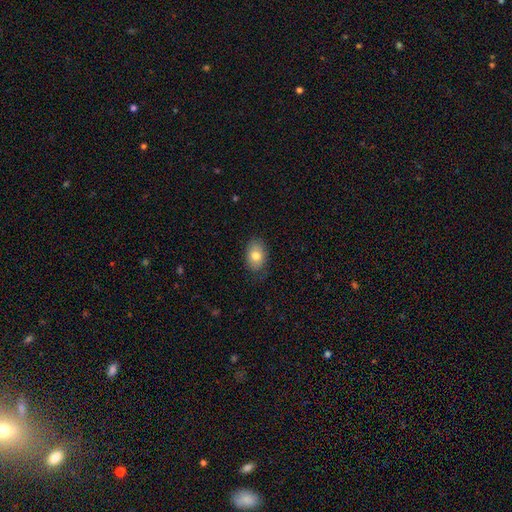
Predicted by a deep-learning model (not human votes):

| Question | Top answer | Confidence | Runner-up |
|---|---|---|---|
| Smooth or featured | smooth | 78% | featured or disk (14%) |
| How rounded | in between | 82% | round (17%) |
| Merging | none | 79% | minor disturbance (16%) |